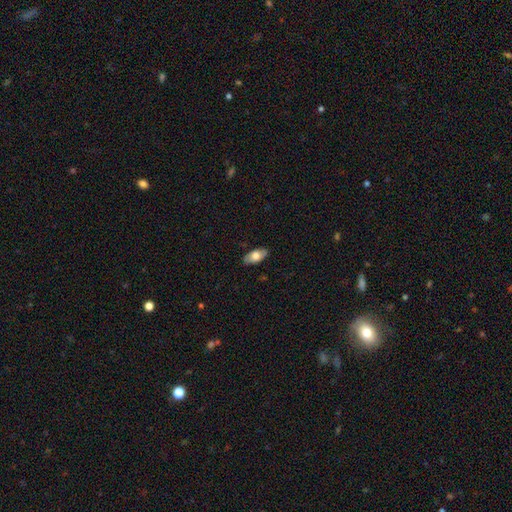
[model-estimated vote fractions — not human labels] smooth 70%, featured or disk 24%, star or artifact 6%. Down the decision tree: how rounded — in between (91%); merging — none (86%).